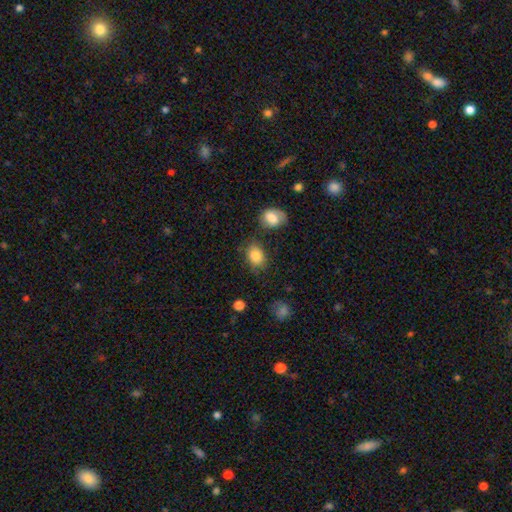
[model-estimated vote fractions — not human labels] Smooth or featured: smooth — 84% (star or artifact — 8%)
How rounded: in between — 69% (round — 29%)
Merging: none — 70% (minor disturbance — 19%)